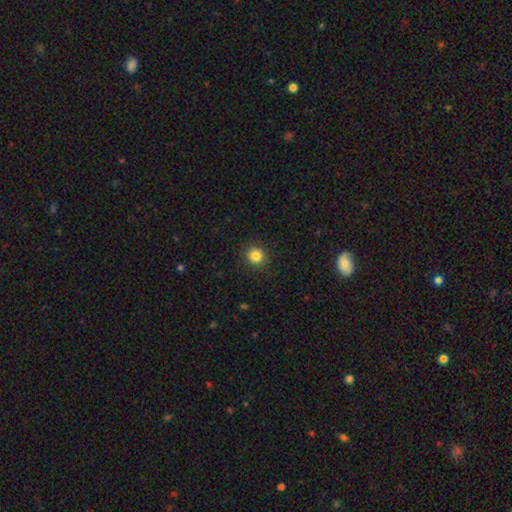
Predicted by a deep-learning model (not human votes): smooth-or-featured: smooth: 84% | star or artifact: 12% | featured or disk: 5%
  how-rounded: round: 92% | in between: 7% | cigar-shaped: 1%
  merging: none: 90% | minor disturbance: 7% | major disturbance: 2% | merger: 1%